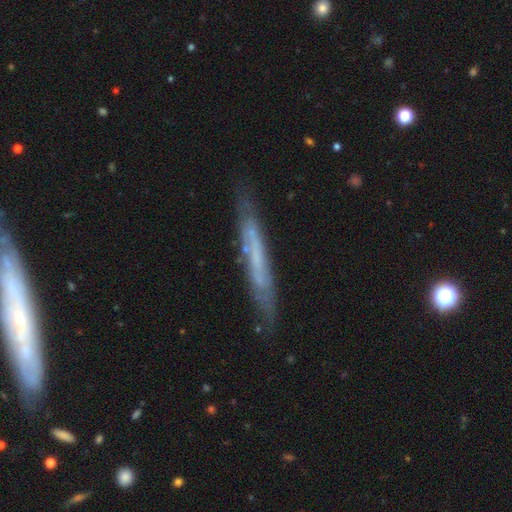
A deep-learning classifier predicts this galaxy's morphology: Smooth or featured: featured or disk — 61% (smooth — 32%)
Edge-on disk: yes — 77% (no — 23%)
Merging: none — 77% (minor disturbance — 17%)